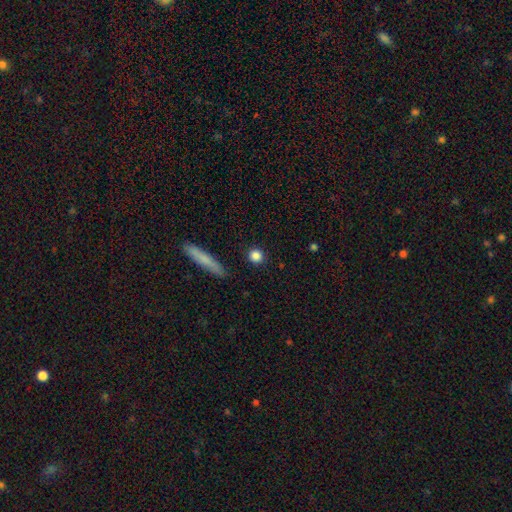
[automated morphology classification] Overall: smooth (85%). How rounded: round (89%). Merging: none (90%).